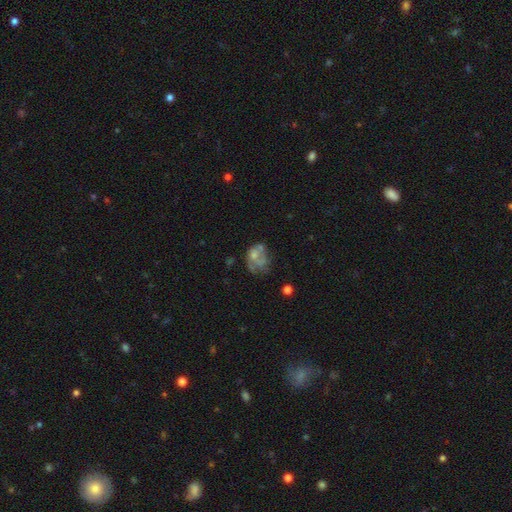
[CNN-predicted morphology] Smooth or featured? featured or disk (46%)
Merging? major disturbance (34%)